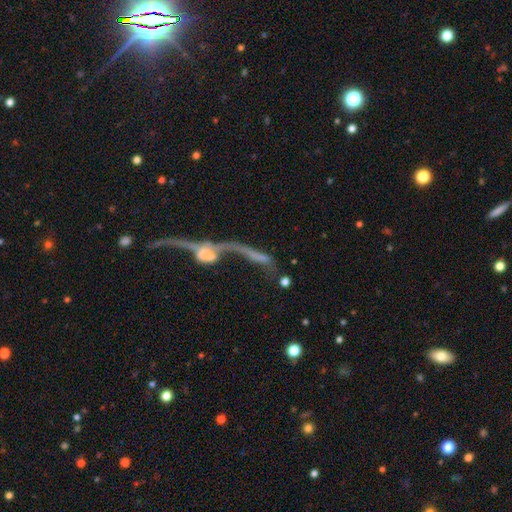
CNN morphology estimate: This appears to be a featured or disk galaxy (62%). Merging: merger (45%).